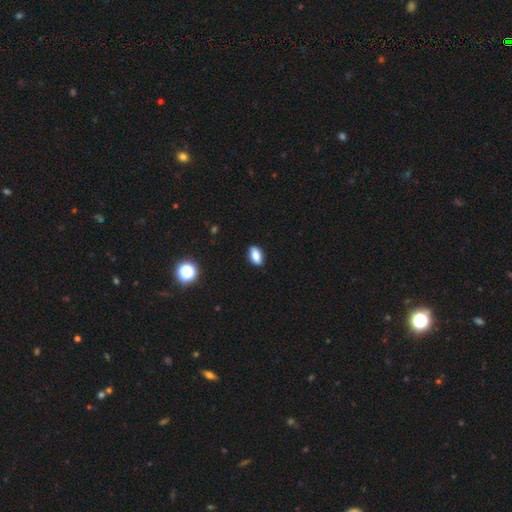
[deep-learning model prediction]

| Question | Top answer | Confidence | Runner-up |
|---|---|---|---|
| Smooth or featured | smooth | 82% | star or artifact (9%) |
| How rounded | in between | 89% | cigar-shaped (6%) |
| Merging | none | 87% | minor disturbance (10%) |